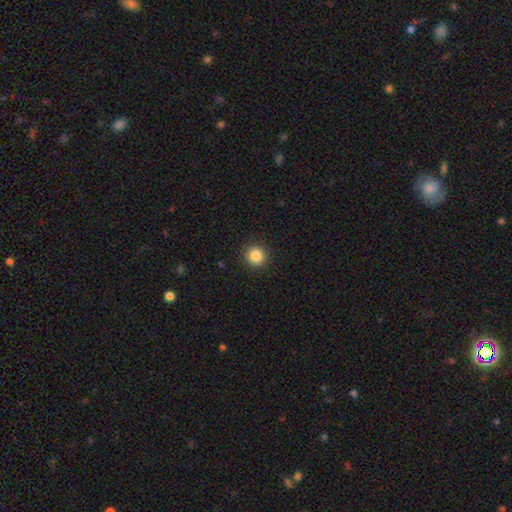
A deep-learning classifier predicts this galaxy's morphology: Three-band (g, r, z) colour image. It shows a smooth galaxy with no disk features (86%) that is round (94%). Merging: none (92%).